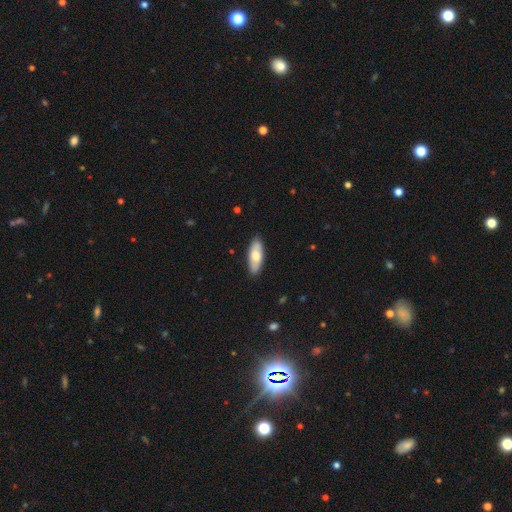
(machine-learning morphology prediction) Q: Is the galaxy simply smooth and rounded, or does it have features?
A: smooth — 66%.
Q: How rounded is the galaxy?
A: in between — 73%.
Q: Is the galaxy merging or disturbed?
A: none — 88%.